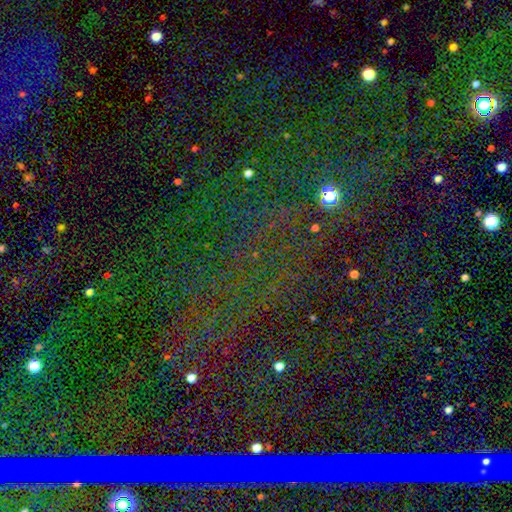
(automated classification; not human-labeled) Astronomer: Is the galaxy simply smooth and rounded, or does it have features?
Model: star or artifact — 77%.